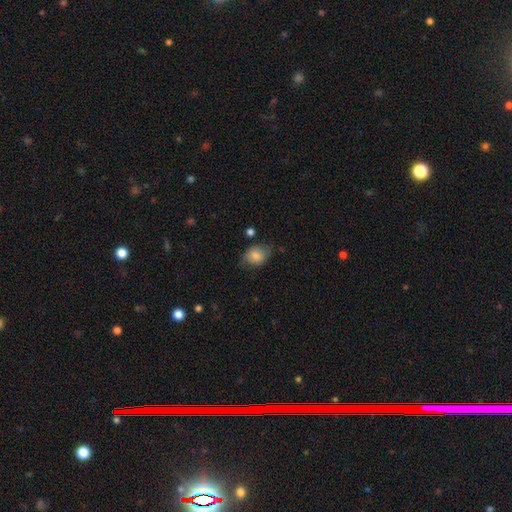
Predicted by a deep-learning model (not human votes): Smooth or featured? smooth (75%)
How rounded? in between (63%)
Merging? none (63%)